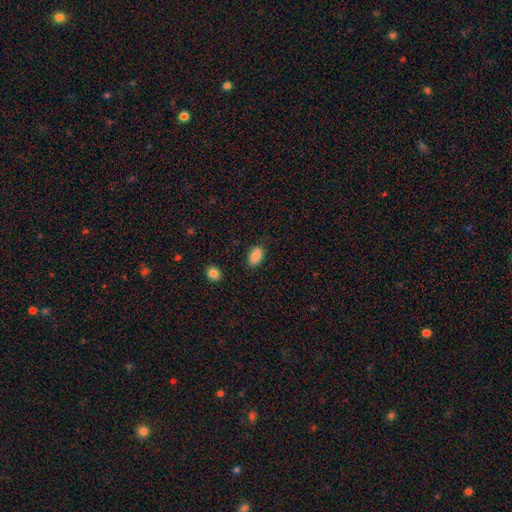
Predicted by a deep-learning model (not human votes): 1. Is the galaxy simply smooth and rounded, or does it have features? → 88% smooth, 8% star or artifact, 4% featured or disk.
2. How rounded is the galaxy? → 91% in between, 7% round, 2% cigar-shaped.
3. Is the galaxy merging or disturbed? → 82% none, 13% minor disturbance, 3% major disturbance, 2% merger.